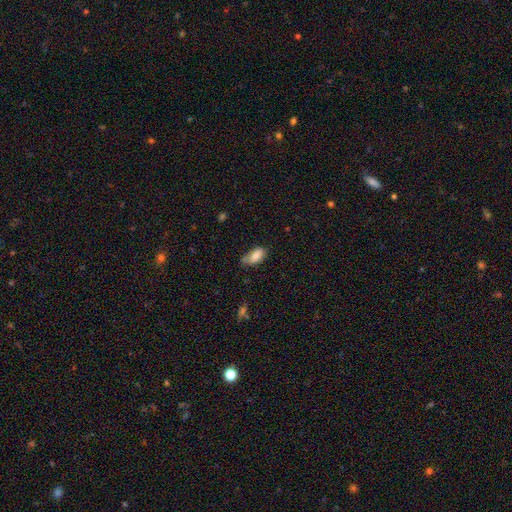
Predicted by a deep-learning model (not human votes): Overall: smooth (82%). How rounded: in between (92%). Merging: none (58%; minor disturbance 29%).